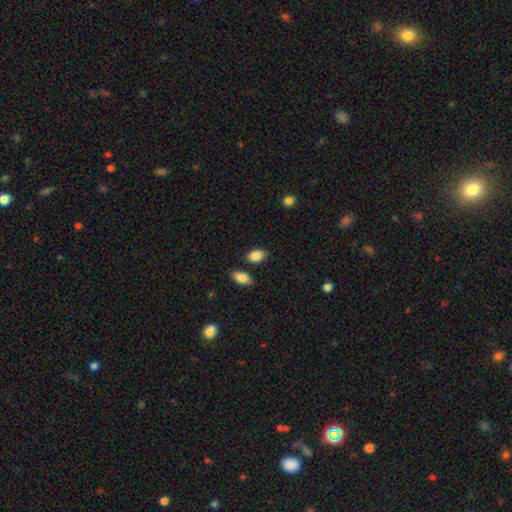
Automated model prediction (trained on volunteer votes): Overall: smooth (86%). How rounded: in between (85%). Merging: none (80%).